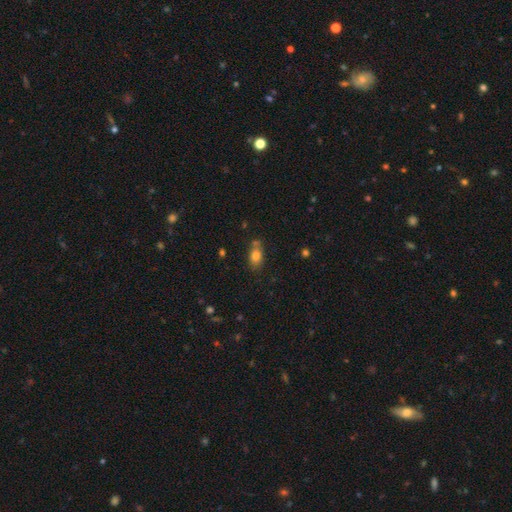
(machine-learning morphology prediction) A smooth galaxy with no disk features (80%) that is in between round and cigar-shaped (77%).

Vote fractions:
- Smooth or featured? smooth: 80% / star or artifact: 10% / featured or disk: 10%
- How rounded? in between: 77% / round: 20% / cigar-shaped: 3%
- Merging? none: 62% / minor disturbance: 18% / merger: 16% / major disturbance: 5%